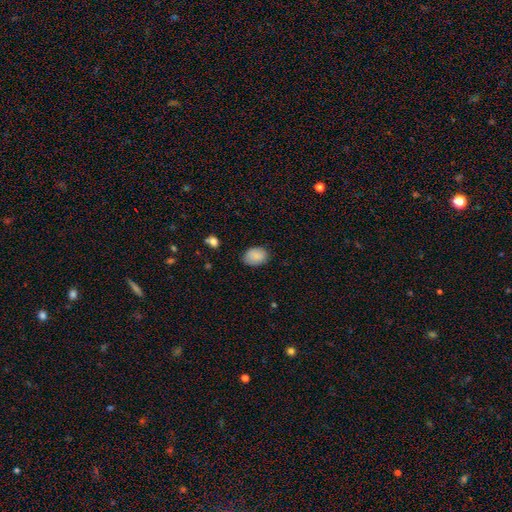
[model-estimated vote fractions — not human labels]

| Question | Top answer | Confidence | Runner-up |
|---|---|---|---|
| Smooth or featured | smooth | 88% | star or artifact (7%) |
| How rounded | in between | 73% | round (27%) |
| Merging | none | 80% | minor disturbance (16%) |